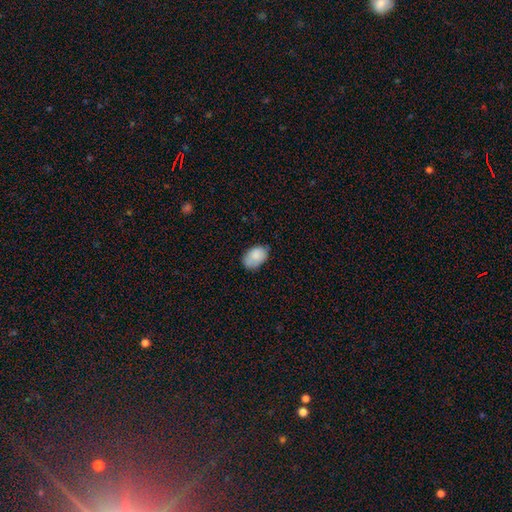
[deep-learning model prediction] This is clearly a smooth galaxy (85%). How rounded: clearly in between (87%). Merging: likely none (68%).